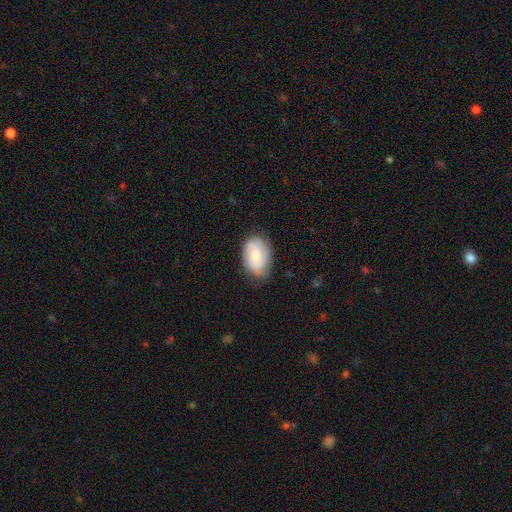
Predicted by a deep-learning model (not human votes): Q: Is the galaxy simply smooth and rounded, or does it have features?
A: smooth — 49%.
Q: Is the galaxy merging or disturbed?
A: none — 67%.